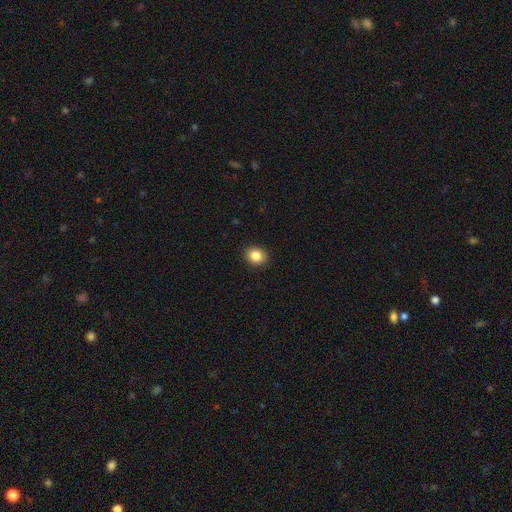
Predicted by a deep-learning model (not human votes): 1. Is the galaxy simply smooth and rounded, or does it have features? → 85% smooth, 10% star or artifact, 5% featured or disk.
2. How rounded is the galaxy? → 63% round, 36% in between, 1% cigar-shaped.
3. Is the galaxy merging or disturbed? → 91% none, 6% minor disturbance, 2% major disturbance, 1% merger.